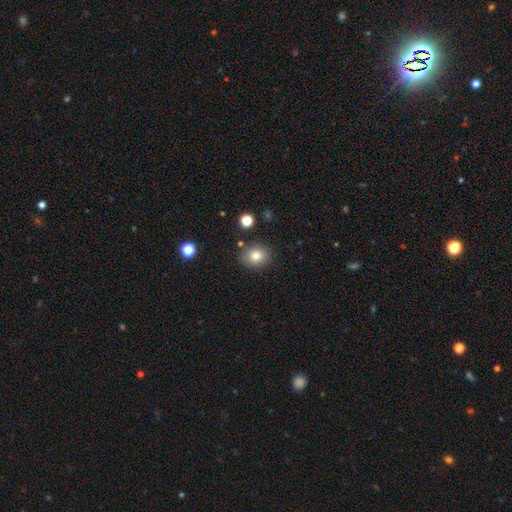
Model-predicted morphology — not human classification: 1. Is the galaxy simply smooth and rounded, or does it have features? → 81% smooth, 11% star or artifact, 9% featured or disk.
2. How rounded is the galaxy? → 64% round, 35% in between, 1% cigar-shaped.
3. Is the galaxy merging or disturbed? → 84% none, 10% minor disturbance, 3% merger, 3% major disturbance.